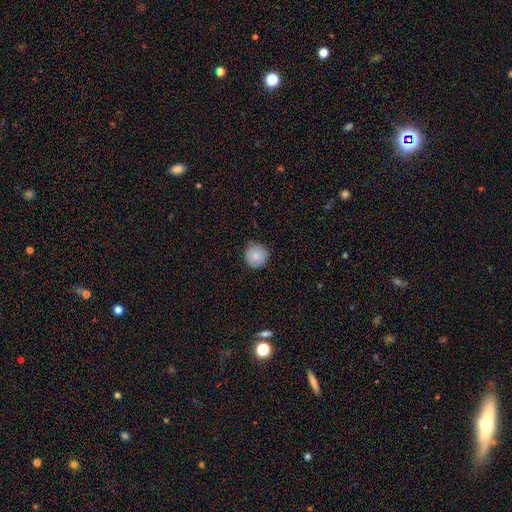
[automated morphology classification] smooth 81%, featured or disk 11%, star or artifact 8%. Down the decision tree: how rounded — round (95%); merging — none (86%).